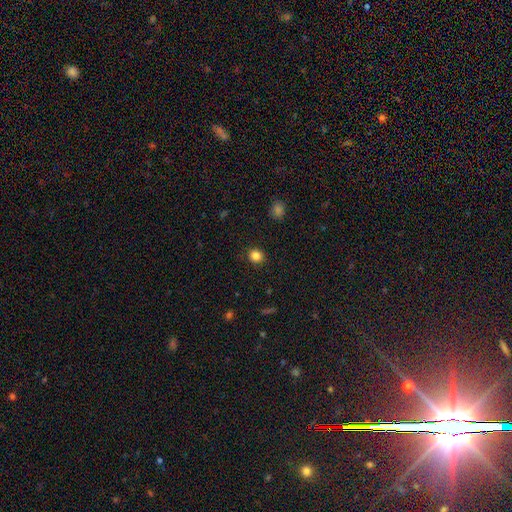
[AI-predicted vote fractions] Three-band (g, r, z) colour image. It shows a smooth galaxy with no disk features (85%) that is round (83%). Merging: none (89%).